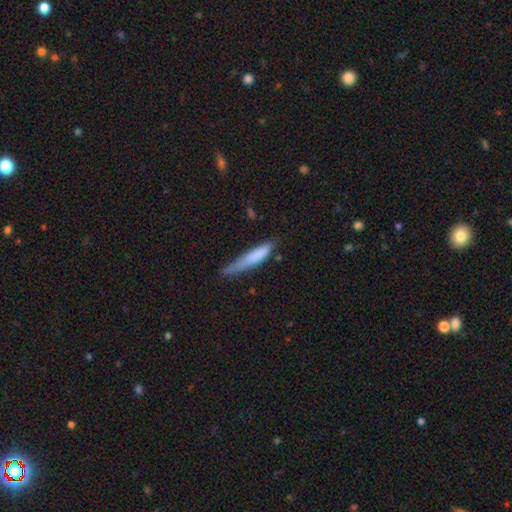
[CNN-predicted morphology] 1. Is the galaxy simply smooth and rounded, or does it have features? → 75% smooth, 19% featured or disk, 7% star or artifact.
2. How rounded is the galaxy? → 87% cigar-shaped, 12% in between, 1% round.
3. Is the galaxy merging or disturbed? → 52% none, 34% minor disturbance, 10% major disturbance, 4% merger.